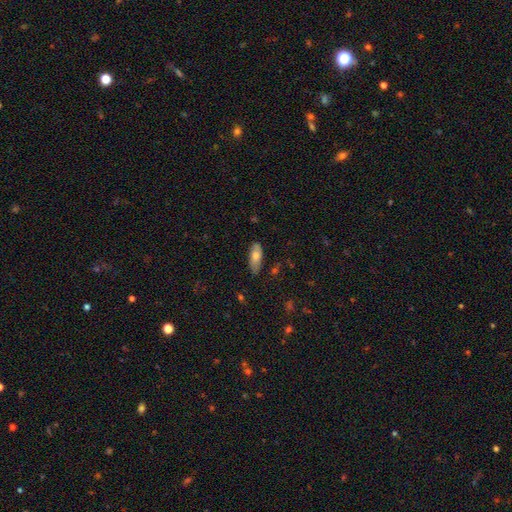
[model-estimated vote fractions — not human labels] Smooth or featured: smooth — 71% (featured or disk — 22%)
How rounded: in between — 75% (cigar-shaped — 23%)
Merging: none — 76% (minor disturbance — 19%)